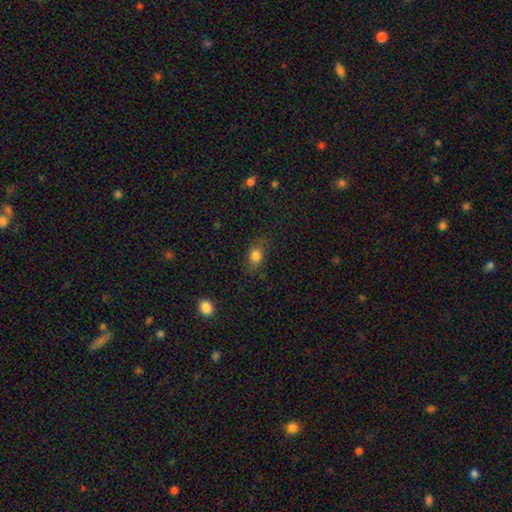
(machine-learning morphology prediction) Smooth or featured: smooth — 82% (star or artifact — 11%)
How rounded: in between — 53% (round — 45%)
Merging: none — 75% (minor disturbance — 17%)